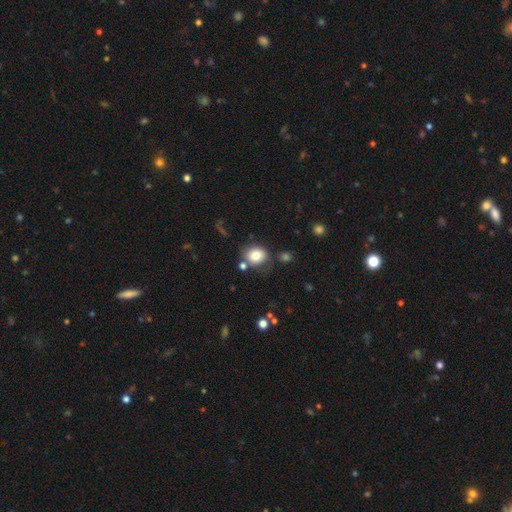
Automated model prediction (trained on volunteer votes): This appears to be a smooth galaxy with no disk features (79%) that is round (72%). Merging: none (72%).